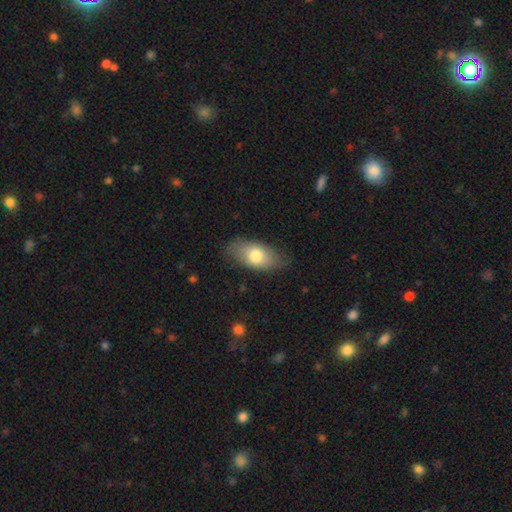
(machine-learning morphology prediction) Smooth or featured?
  - smooth: 75% *
  - featured or disk: 19%
  - star or artifact: 6%
How rounded?
  - in between: 91% *
  - round: 5%
  - cigar-shaped: 4%
Merging?
  - none: 77% *
  - minor disturbance: 18%
  - major disturbance: 4%
  - merger: 1%